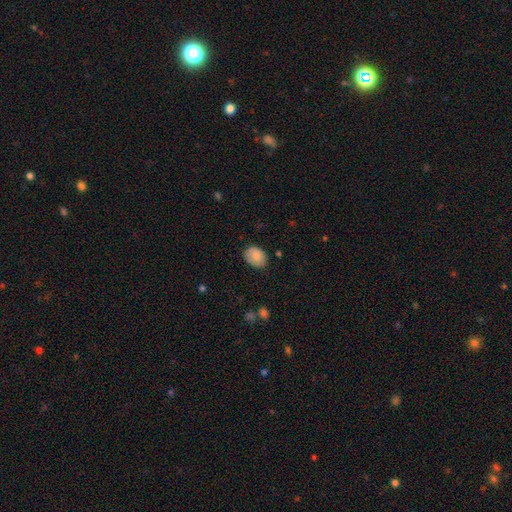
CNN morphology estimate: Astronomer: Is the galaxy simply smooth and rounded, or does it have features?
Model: smooth — 84%.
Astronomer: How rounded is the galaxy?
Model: in between — 72%.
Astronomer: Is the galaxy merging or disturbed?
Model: none — 79%.